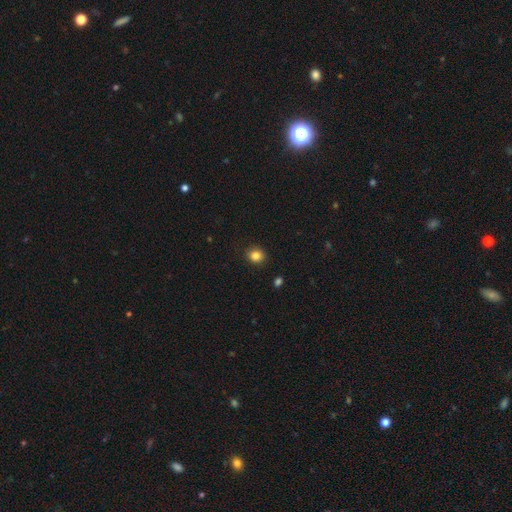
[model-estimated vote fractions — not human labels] smooth_or_featured: smooth (p=0.84) [alt: star or artifact p=0.11]
how_rounded: round (p=0.75) [alt: in between p=0.24]
merging: none (p=0.89) [alt: minor disturbance p=0.08]